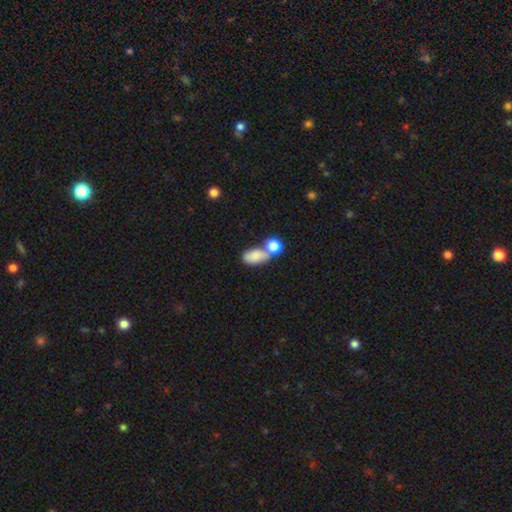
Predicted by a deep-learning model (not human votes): The model was most divided on "merging": merger: 43%, none: 35%, minor disturbance: 15%, major disturbance: 8%. More confident: how rounded — in between (86%); smooth or featured — smooth (78%).